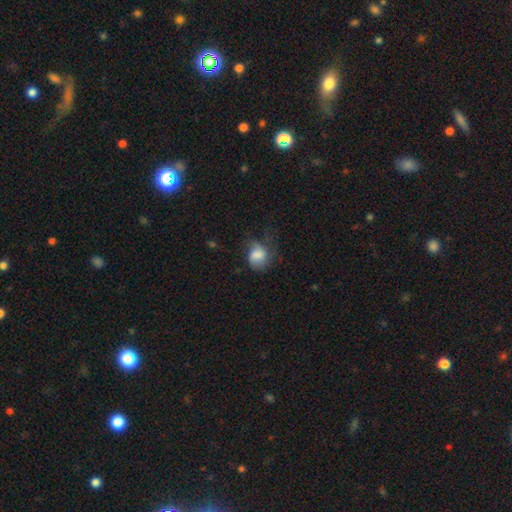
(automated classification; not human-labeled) The model was most divided on "how rounded": round: 50%, in between: 49%, cigar-shaped: 1%. Remaining: smooth or featured — smooth (73%); merging — none (35%).